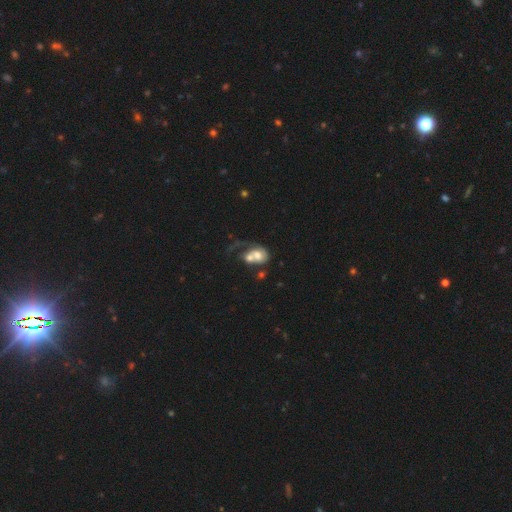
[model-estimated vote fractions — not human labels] Q: Smooth or featured?
A: featured or disk (46%); runner-up: smooth (45%)
Q: Merging?
A: merger (64%); runner-up: major disturbance (17%)